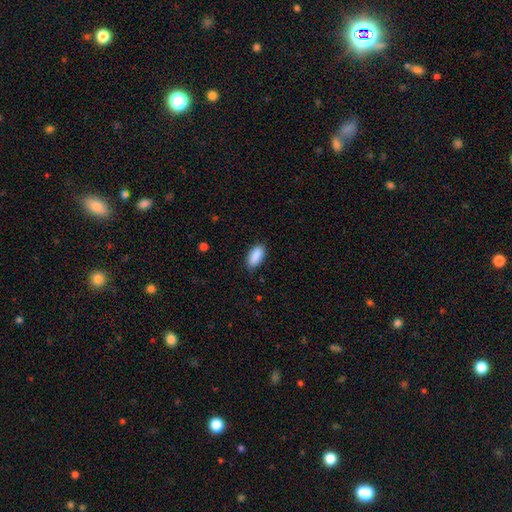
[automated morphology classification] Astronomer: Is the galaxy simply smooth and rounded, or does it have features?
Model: smooth — 90%.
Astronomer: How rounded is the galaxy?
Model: in between — 89%.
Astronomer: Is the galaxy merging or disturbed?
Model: none — 87%.